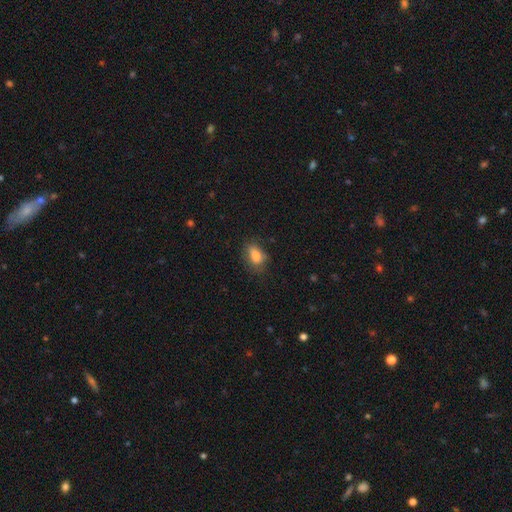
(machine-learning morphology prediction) A smooth galaxy with no disk features (80%) that is in between round and cigar-shaped (80%). Merging: none (70%).